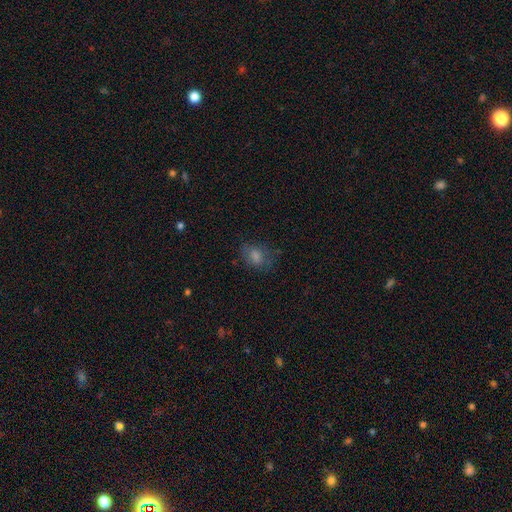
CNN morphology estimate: Overall: smooth (63%). How rounded: in between (61%; round 37%). Merging: none (67%).